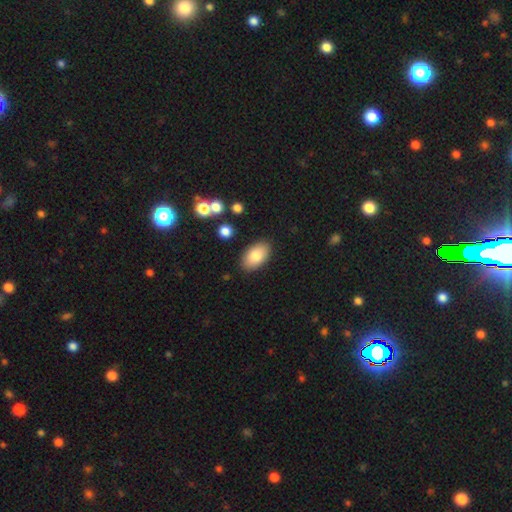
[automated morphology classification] A smooth galaxy with no disk features (81%) that is in between round and cigar-shaped (93%).

Vote fractions:
- Smooth or featured? smooth: 81% / featured or disk: 12% / star or artifact: 7%
- How rounded? in between: 93% / round: 5% / cigar-shaped: 1%
- Merging? none: 86% / minor disturbance: 10% / major disturbance: 2% / merger: 2%